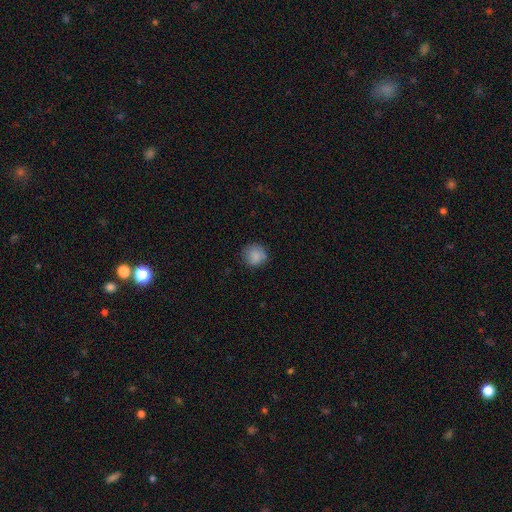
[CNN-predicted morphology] Overall: smooth (86%). How rounded: round (87%). Merging: none (80%).